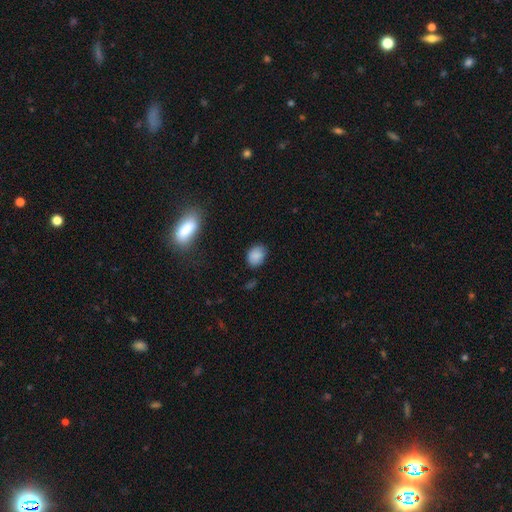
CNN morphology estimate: A smooth galaxy with no disk features (84%) that is in between round and cigar-shaped (62%).

Vote fractions:
- Smooth or featured? smooth: 84% / star or artifact: 10% / featured or disk: 6%
- How rounded? in between: 62% / round: 37% / cigar-shaped: 1%
- Merging? none: 76% / minor disturbance: 19% / major disturbance: 3% / merger: 2%